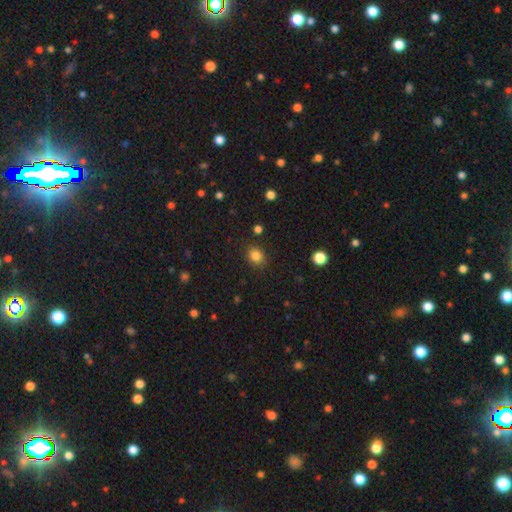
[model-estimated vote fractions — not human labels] smooth_or_featured: smooth (p=0.84) [alt: star or artifact p=0.12]
how_rounded: round (p=0.59) [alt: in between p=0.40]
merging: none (p=0.86) [alt: minor disturbance p=0.09]